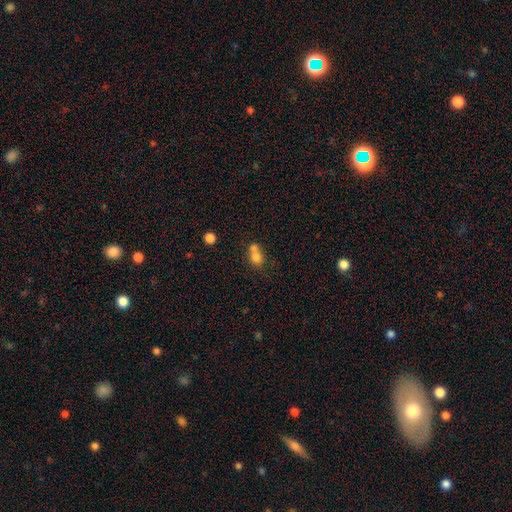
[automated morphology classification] Smooth or featured?
  - smooth: 75% *
  - featured or disk: 13%
  - star or artifact: 12%
How rounded?
  - round: 65% *
  - in between: 34%
  - cigar-shaped: 1%
Merging?
  - merger: 59% *
  - none: 29%
  - minor disturbance: 8%
  - major disturbance: 4%